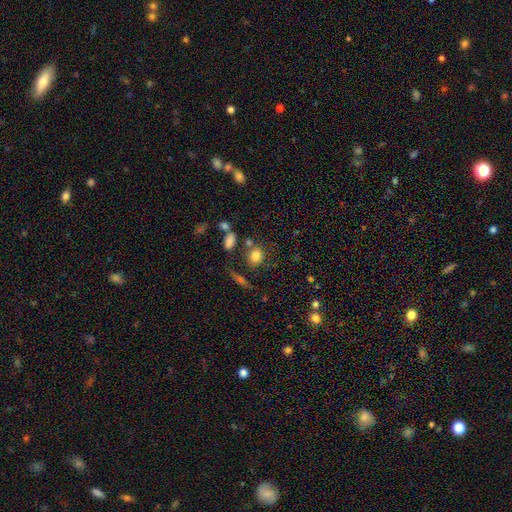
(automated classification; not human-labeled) A smooth galaxy with no disk features (80%) that is round (63%). Merging: none (67%).